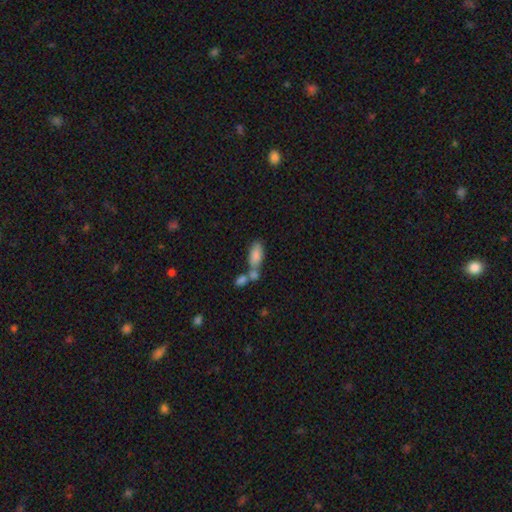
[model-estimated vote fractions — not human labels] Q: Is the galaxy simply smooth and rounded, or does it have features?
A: smooth — 81%.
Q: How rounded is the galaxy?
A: in between — 81%.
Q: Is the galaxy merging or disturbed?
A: merger — 52%.